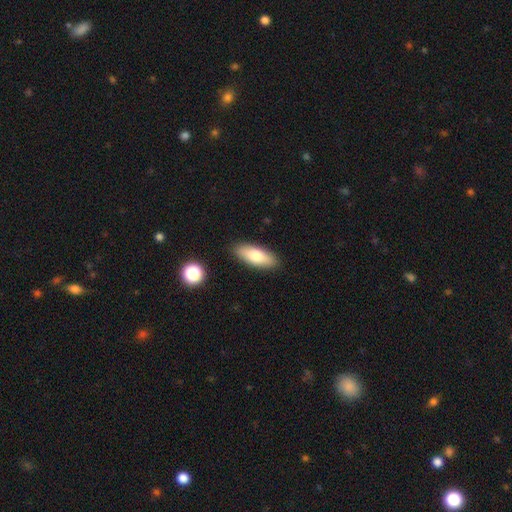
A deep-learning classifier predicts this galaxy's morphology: Smooth or featured?
  - smooth: 74% *
  - featured or disk: 20%
  - star or artifact: 7%
How rounded?
  - in between: 71% *
  - cigar-shaped: 26%
  - round: 3%
Merging?
  - none: 89% *
  - minor disturbance: 8%
  - major disturbance: 2%
  - merger: 2%